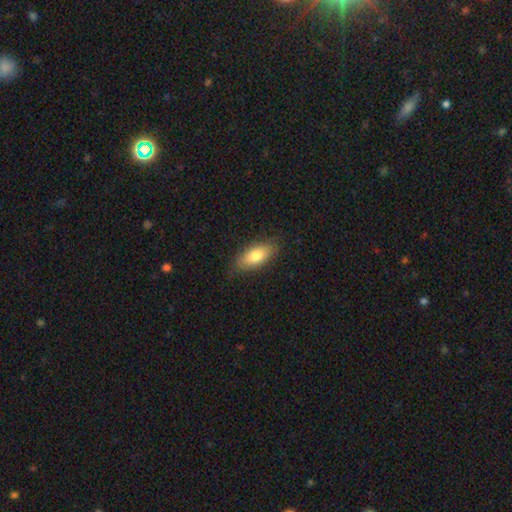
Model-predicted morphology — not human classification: Overall: smooth (76%). How rounded: in between (84%). Merging: none (80%).